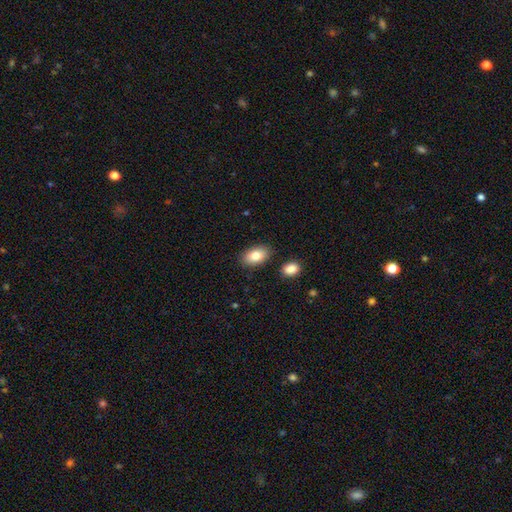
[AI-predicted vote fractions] A smooth galaxy with no disk features (83%) that is in between round and cigar-shaped (92%). Merging: none (85%).